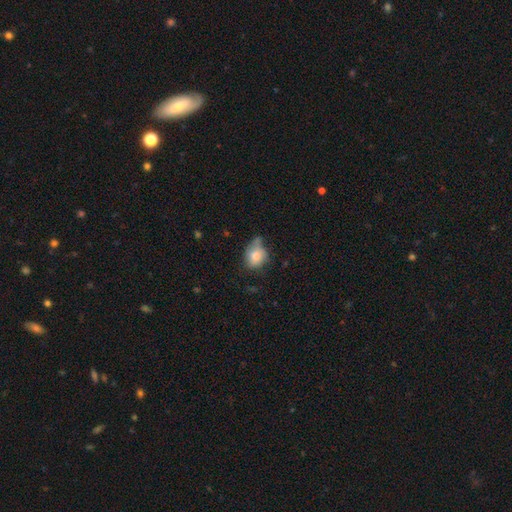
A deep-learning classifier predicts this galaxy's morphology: Overall: smooth (76%). How rounded: round (54%; in between 45%). Merging: none (44%; minor disturbance 37%).